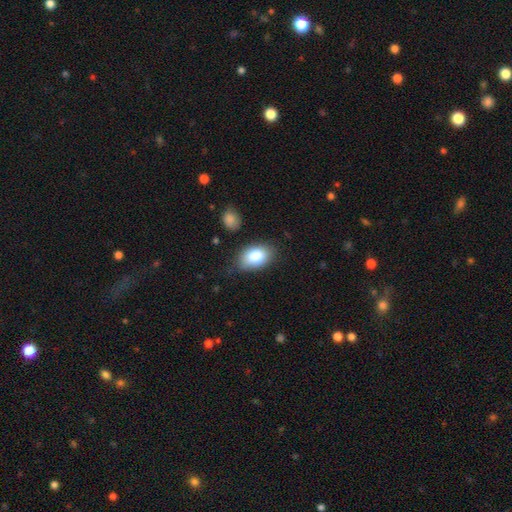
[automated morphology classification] smooth_or_featured: smooth (p=0.82) [alt: featured or disk p=0.10]
how_rounded: in between (p=0.87) [alt: round p=0.12]
merging: none (p=0.76) [alt: minor disturbance p=0.17]